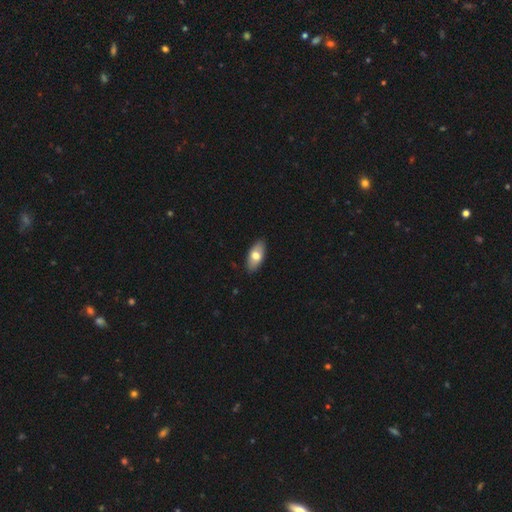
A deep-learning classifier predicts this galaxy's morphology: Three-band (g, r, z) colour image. It shows a smooth galaxy with no disk features (71%) that is in between round and cigar-shaped (90%). Merging: none (88%).